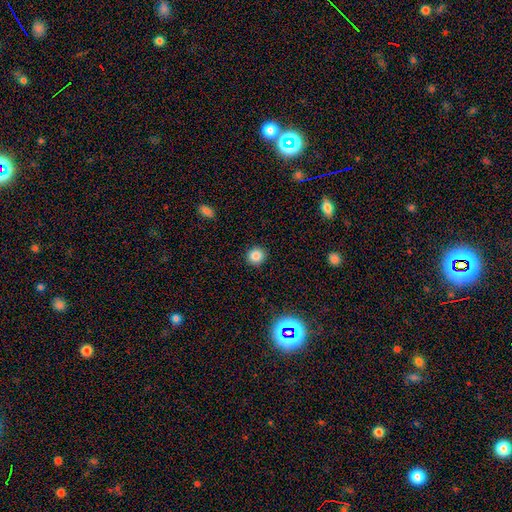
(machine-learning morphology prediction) A smooth galaxy with no disk features (84%) that is round (91%).

Vote fractions:
- Smooth or featured? smooth: 84% / star or artifact: 12% / featured or disk: 4%
- How rounded? round: 91% / in between: 8% / cigar-shaped: 1%
- Merging? none: 92% / minor disturbance: 5% / major disturbance: 2% / merger: 1%